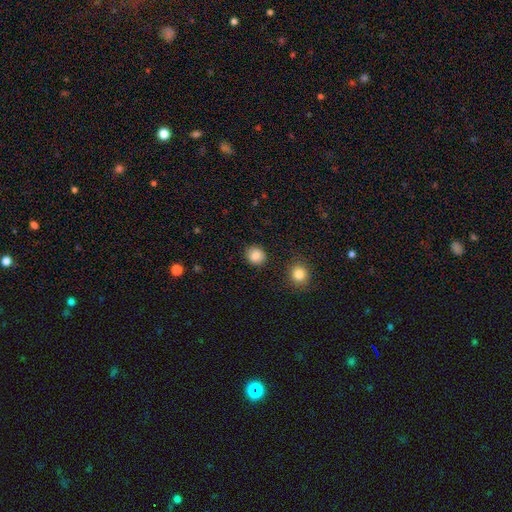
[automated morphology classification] Smooth or featured: smooth — 86% (star or artifact — 9%)
How rounded: round — 87% (in between — 13%)
Merging: none — 89% (minor disturbance — 7%)